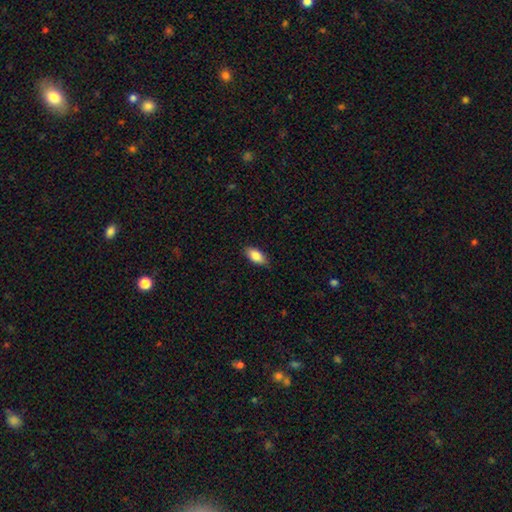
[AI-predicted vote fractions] A smooth galaxy with no disk features (83%) that is in between round and cigar-shaped (88%). Merging: none (84%).